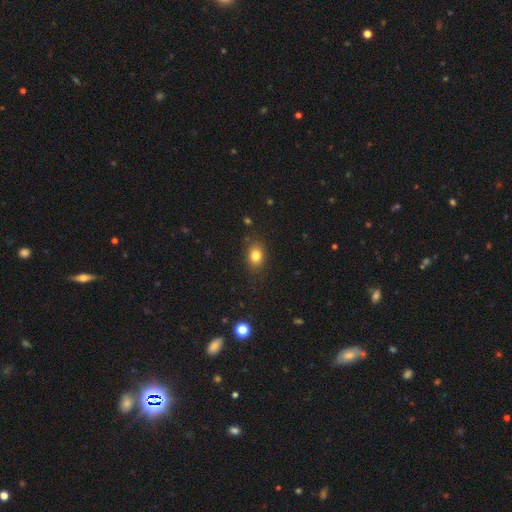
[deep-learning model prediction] Smooth or featured: smooth — 81% (star or artifact — 11%)
How rounded: in between — 66% (round — 33%)
Merging: none — 84% (minor disturbance — 12%)